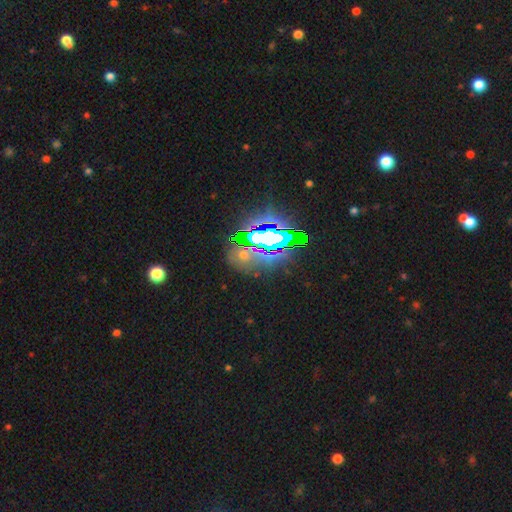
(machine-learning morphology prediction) Smooth or featured?
  - star or artifact: 72% *
  - featured or disk: 14%
  - smooth: 14%